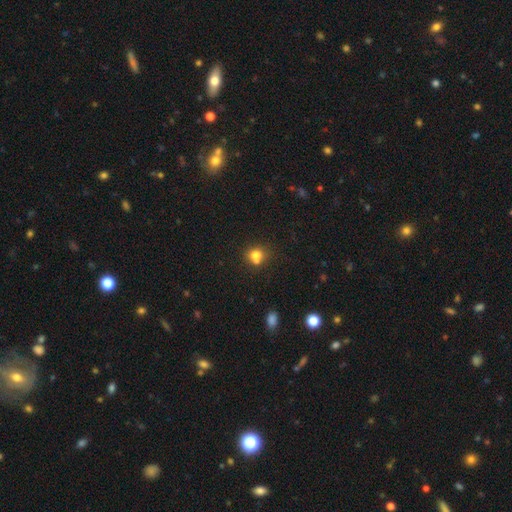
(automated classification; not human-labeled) A smooth galaxy with no disk features (76%) that is round (74%). Merging: none (49%).